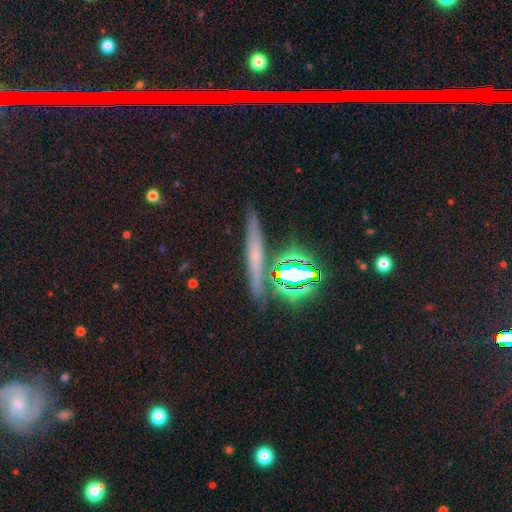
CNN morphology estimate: Smooth or featured? Predicted: smooth (p=0.38). Merging? Predicted: none (p=0.83).